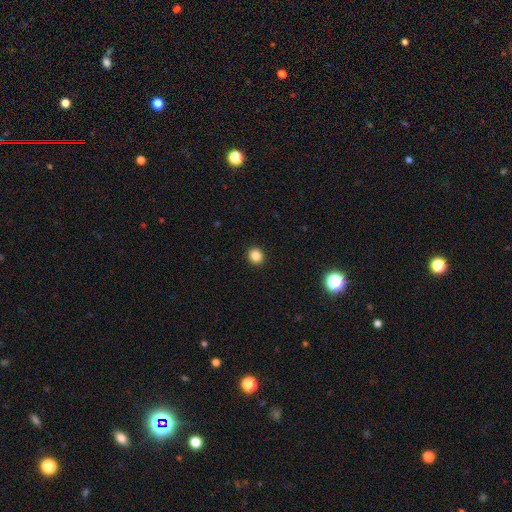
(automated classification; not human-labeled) smooth_or_featured: smooth (p=0.85) [alt: star or artifact p=0.11]
how_rounded: round (p=0.79) [alt: in between p=0.20]
merging: none (p=0.92) [alt: minor disturbance p=0.05]